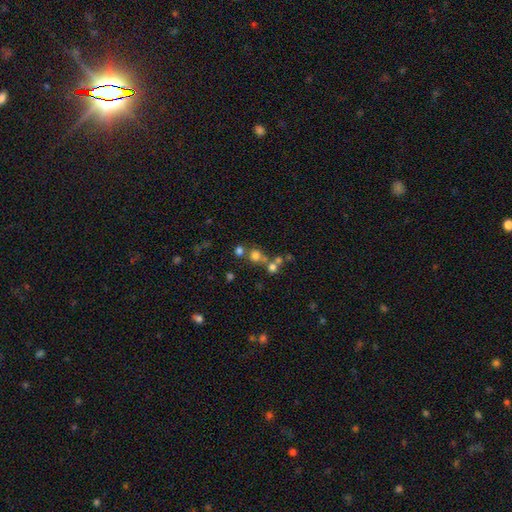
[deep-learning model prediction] smooth 65%, star or artifact 21%, featured or disk 14%. Down the decision tree: how rounded — round (87%); merging — none (54%).